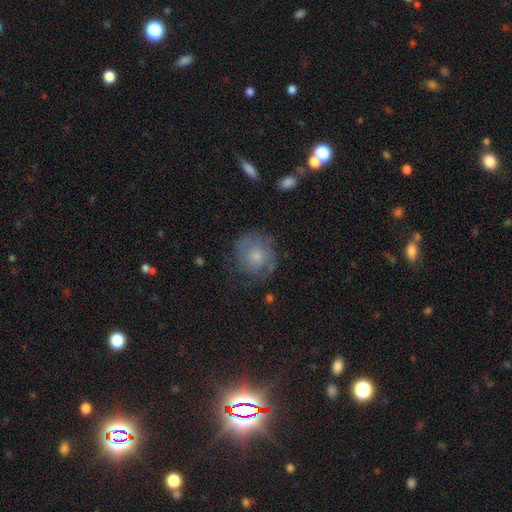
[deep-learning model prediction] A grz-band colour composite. It shows a featured or disk galaxy (48%). Merging: none (59%).